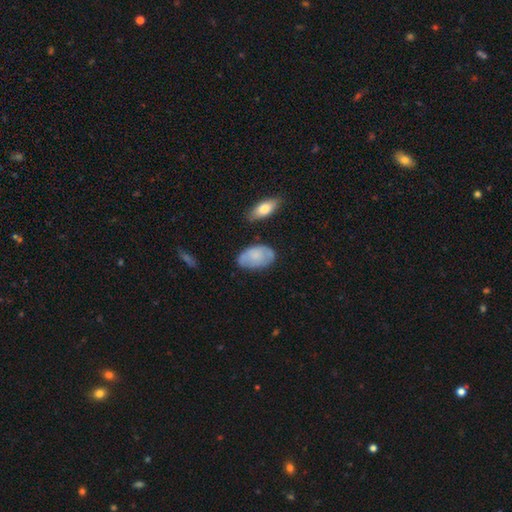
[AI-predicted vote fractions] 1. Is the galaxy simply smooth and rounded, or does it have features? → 69% smooth, 25% featured or disk, 7% star or artifact.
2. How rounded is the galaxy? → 92% in between, 6% round, 2% cigar-shaped.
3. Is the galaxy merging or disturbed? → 70% none, 22% minor disturbance, 5% major disturbance, 3% merger.